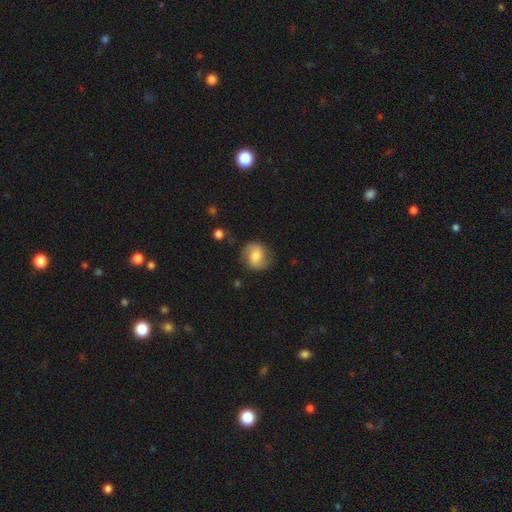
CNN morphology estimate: The model was most divided on "smooth or featured": smooth: 61%, featured or disk: 31%, star or artifact: 8%. More confident: merging — none (76%); how rounded — round (71%).